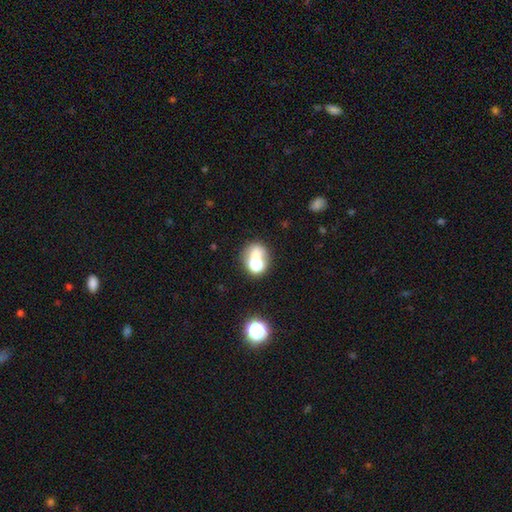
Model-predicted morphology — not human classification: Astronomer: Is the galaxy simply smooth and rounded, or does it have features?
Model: smooth — 63%.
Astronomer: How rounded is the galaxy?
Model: round — 65%.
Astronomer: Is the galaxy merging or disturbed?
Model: merger — 49% (runner-up: none, 36%).